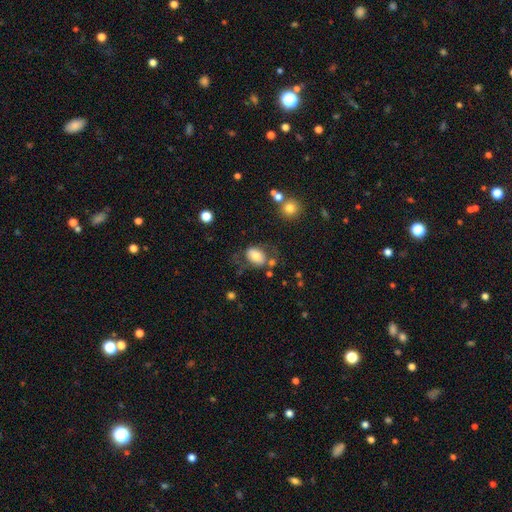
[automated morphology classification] smooth-or-featured: smooth: 70% | featured or disk: 22% | star or artifact: 8%
  how-rounded: in between: 78% | round: 21% | cigar-shaped: 1%
  merging: none: 59% | minor disturbance: 20% | major disturbance: 13% | merger: 9%